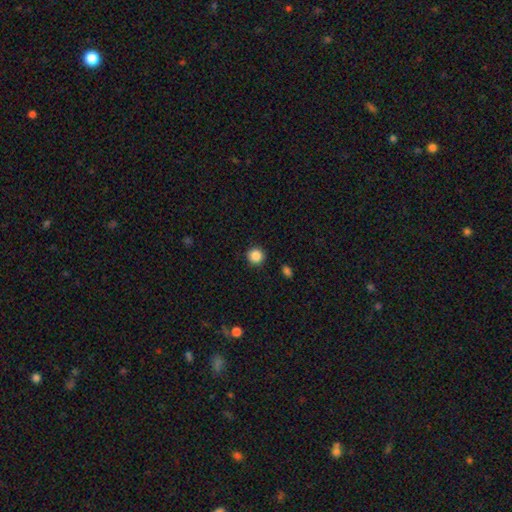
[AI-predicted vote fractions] This is clearly a smooth galaxy (87%). How rounded: clearly round (94%). Merging: clearly none (91%).